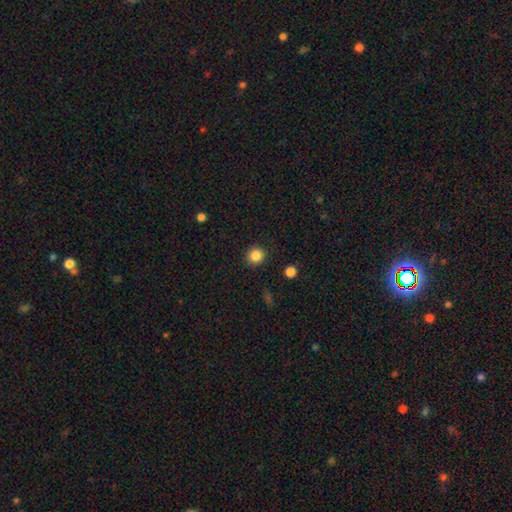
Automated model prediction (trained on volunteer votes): Smooth or featured: smooth — 85% (star or artifact — 11%)
How rounded: round — 92% (in between — 8%)
Merging: none — 91% (minor disturbance — 6%)